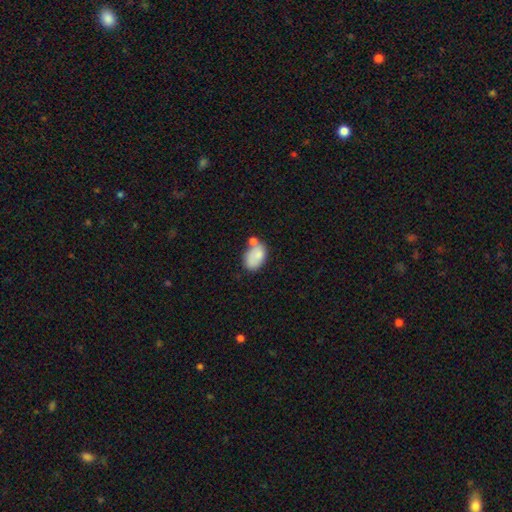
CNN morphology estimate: This is likely a smooth galaxy (79%). How rounded: clearly in between (89%). Merging: marginally none (44%).